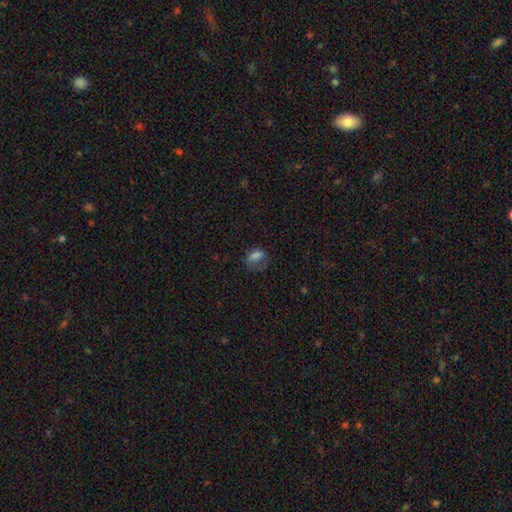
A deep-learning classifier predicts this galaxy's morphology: type=smooth (72%); roundness=in between (69%); merging=none (45%).